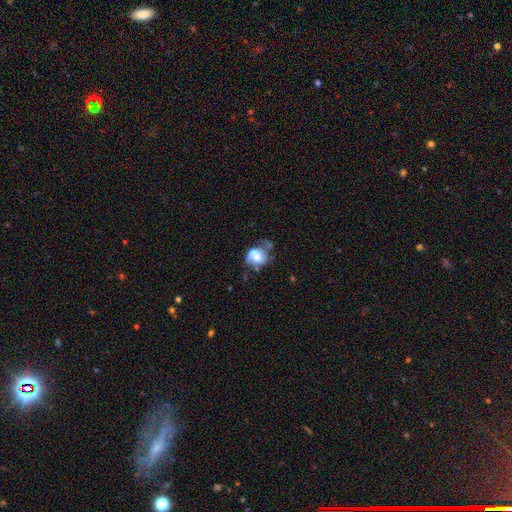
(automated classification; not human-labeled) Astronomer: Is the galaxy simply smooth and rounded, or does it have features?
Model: smooth — 47% (runner-up: featured or disk, 44%).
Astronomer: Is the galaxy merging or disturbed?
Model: none — 33% (runner-up: minor disturbance, 27%).